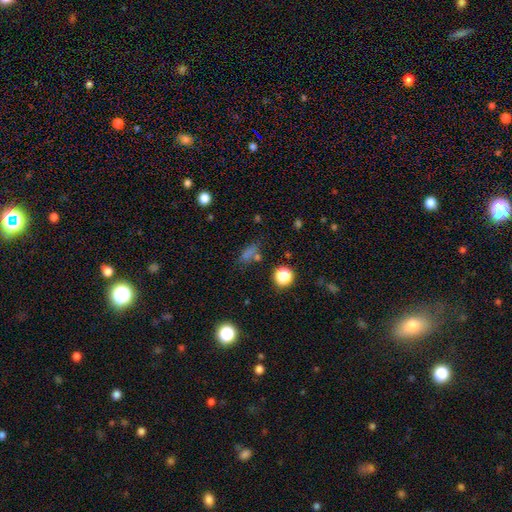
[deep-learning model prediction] smooth 58%, star or artifact 32%, featured or disk 11%. Down the decision tree: how rounded — in between (52%); merging — none (67%).